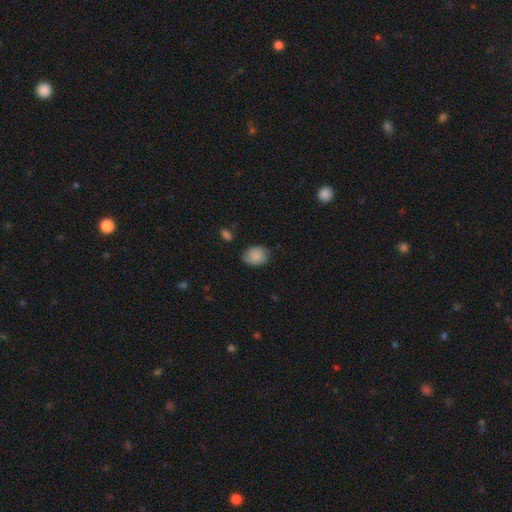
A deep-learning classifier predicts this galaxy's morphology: smooth 86%, star or artifact 8%, featured or disk 7%. Down the decision tree: how rounded — in between (51%); merging — none (71%).